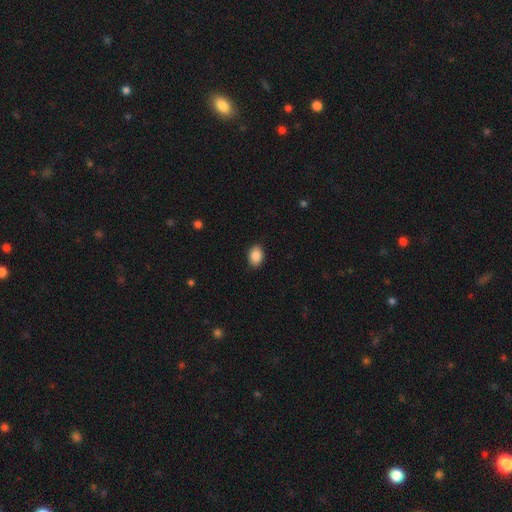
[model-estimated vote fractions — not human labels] A smooth galaxy with no disk features (89%) that is in between round and cigar-shaped (81%). Merging: none (89%).